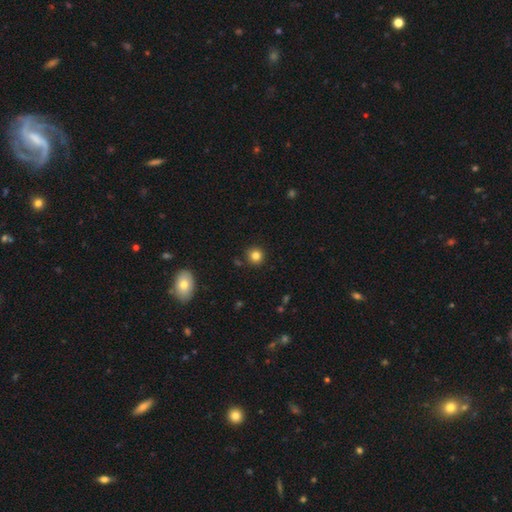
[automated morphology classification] Smooth or featured? Predicted: smooth (p=0.82). How rounded? Predicted: round (p=0.93). Merging? Predicted: none (p=0.87).